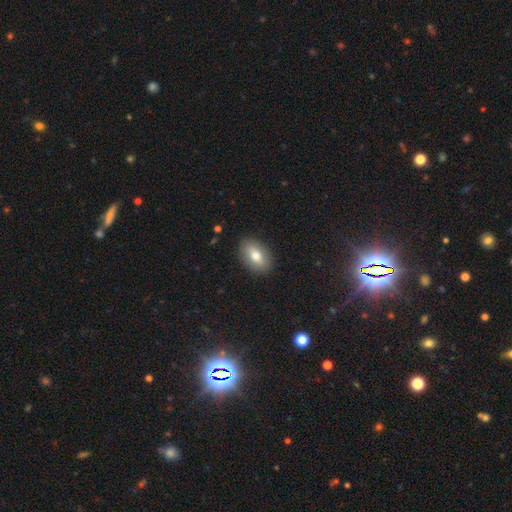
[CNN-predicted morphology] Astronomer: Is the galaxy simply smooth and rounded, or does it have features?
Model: smooth — 72%.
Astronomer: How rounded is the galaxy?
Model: in between — 89%.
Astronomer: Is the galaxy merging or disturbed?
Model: none — 88%.